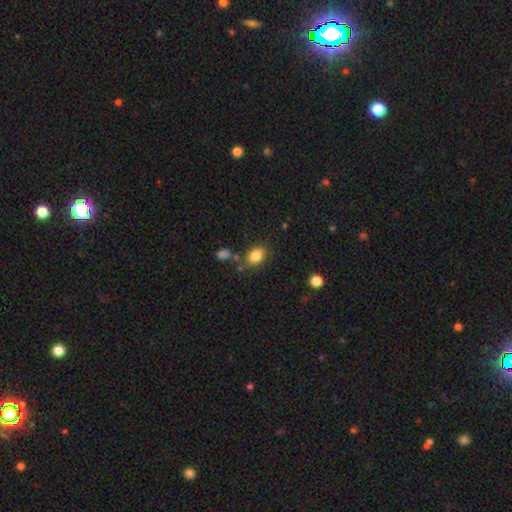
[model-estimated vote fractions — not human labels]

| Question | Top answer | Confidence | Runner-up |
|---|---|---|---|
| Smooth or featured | smooth | 84% | star or artifact (9%) |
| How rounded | in between | 76% | round (23%) |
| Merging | none | 75% | minor disturbance (14%) |